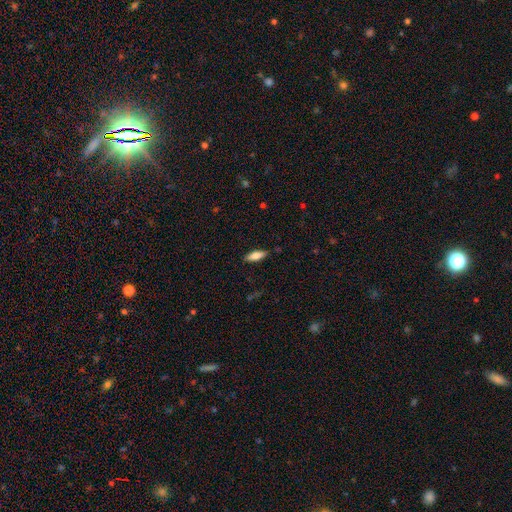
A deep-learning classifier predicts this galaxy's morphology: type=smooth (72%); roundness=in between (60%); merging=none (87%).